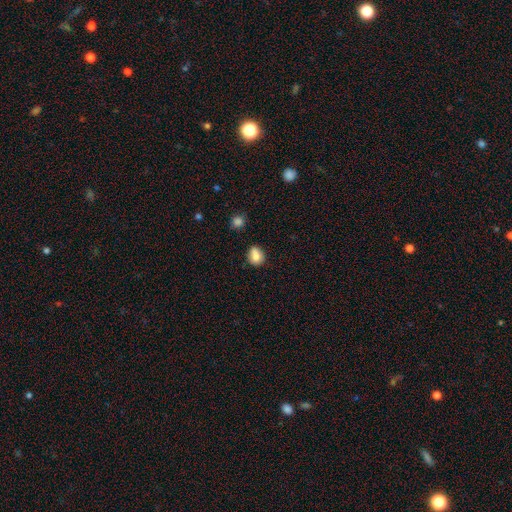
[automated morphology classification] Smooth or featured? Predicted: smooth (p=0.80). How rounded? Predicted: round (p=0.56). Merging? Predicted: none (p=0.67).